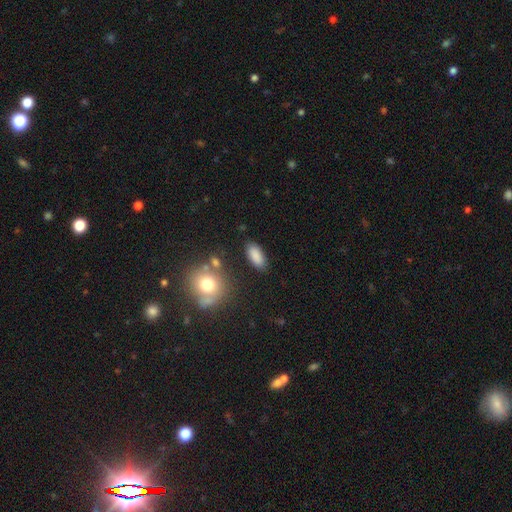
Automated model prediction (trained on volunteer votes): The model was most divided on "merging": none: 84%, minor disturbance: 10%, major disturbance: 3%, merger: 3%. More confident: smooth or featured — smooth (87%); how rounded — in between (86%).